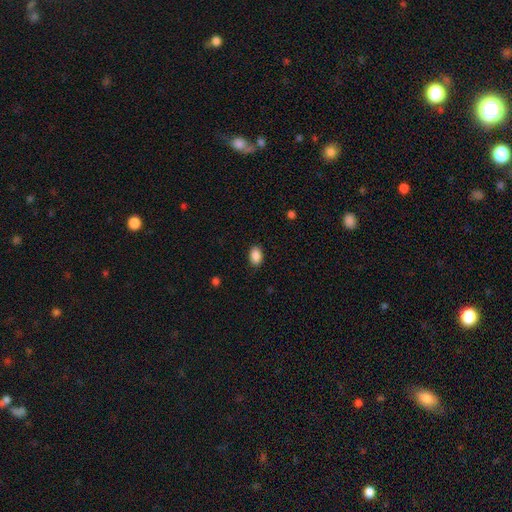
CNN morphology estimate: smooth 89%, star or artifact 8%, featured or disk 3%. Down the decision tree: how rounded — in between (85%); merging — none (87%).